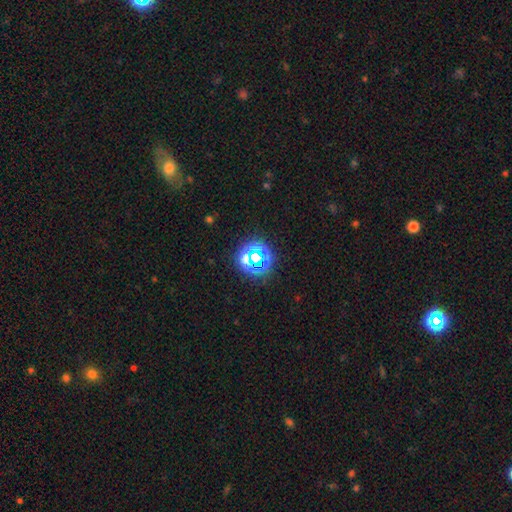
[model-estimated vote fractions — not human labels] Smooth or featured? star or artifact (66%)